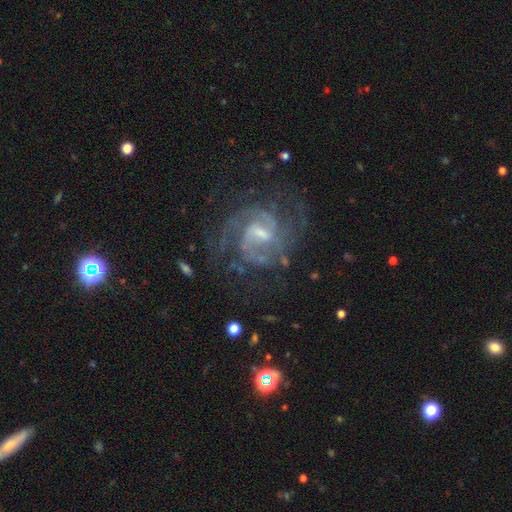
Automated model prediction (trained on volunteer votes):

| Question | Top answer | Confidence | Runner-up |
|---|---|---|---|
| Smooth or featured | featured or disk | 87% | star or artifact (7%) |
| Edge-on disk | no | 98% | yes (2%) |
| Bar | weak | 60% | no (20%) |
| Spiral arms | yes | 96% | no (4%) |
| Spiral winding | medium | 46% | tight (41%) |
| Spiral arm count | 2 | 45% | can't tell (22%) |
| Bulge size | small | 54% | moderate (34%) |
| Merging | none | 66% | minor disturbance (17%) |